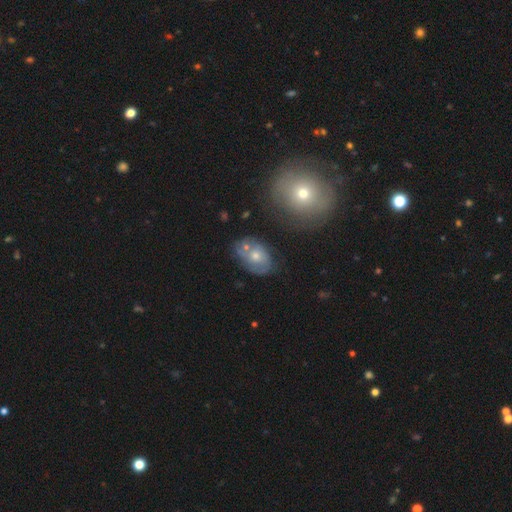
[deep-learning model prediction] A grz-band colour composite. It shows a smooth galaxy with no disk features (46%). Merging: none (50%).